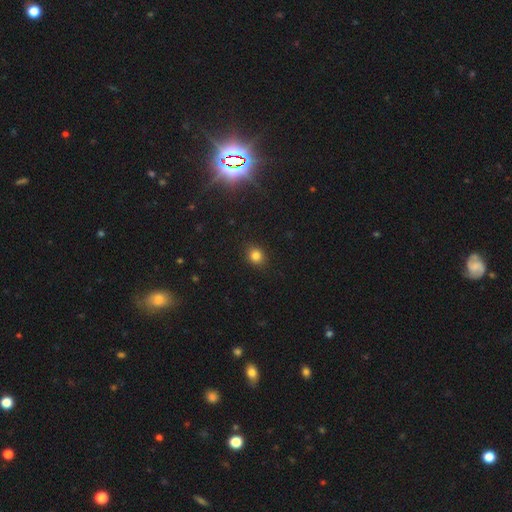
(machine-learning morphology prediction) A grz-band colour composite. It shows a smooth galaxy with no disk features (82%) that is round (70%). Merging: none (89%).